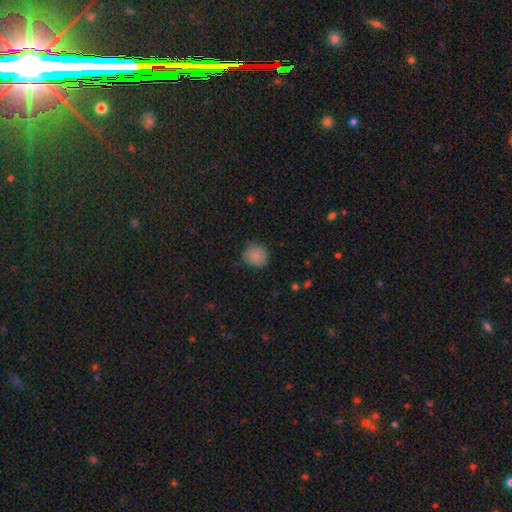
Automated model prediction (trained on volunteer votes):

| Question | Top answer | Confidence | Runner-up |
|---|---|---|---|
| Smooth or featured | smooth | 84% | star or artifact (9%) |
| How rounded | round | 86% | in between (13%) |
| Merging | none | 79% | minor disturbance (17%) |